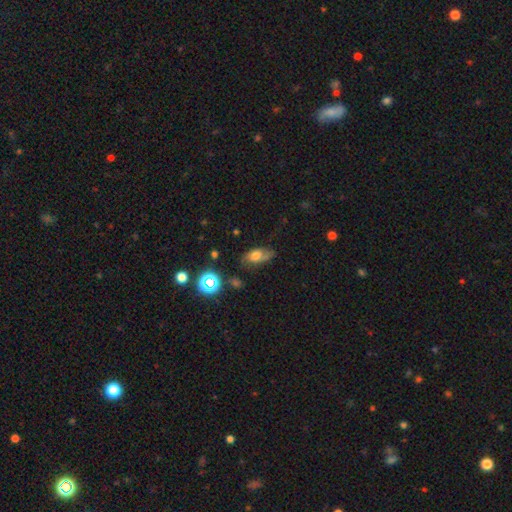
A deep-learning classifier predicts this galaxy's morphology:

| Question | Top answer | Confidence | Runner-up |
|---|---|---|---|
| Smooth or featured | smooth | 54% | featured or disk (32%) |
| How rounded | in between | 83% | round (11%) |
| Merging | none | 53% | minor disturbance (30%) |